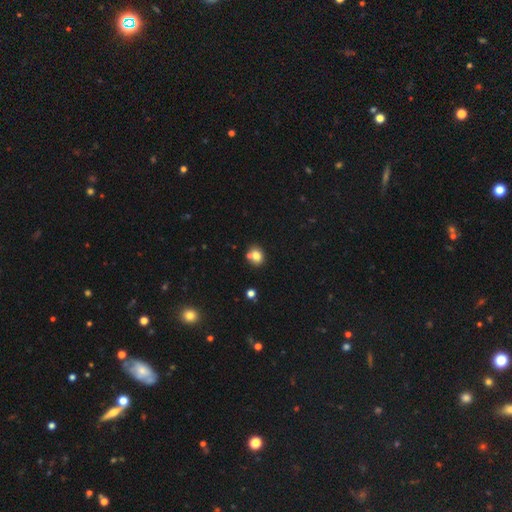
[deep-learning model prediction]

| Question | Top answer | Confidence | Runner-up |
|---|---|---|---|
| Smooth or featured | smooth | 78% | star or artifact (11%) |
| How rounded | round | 65% | in between (34%) |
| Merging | none | 64% | merger (21%) |